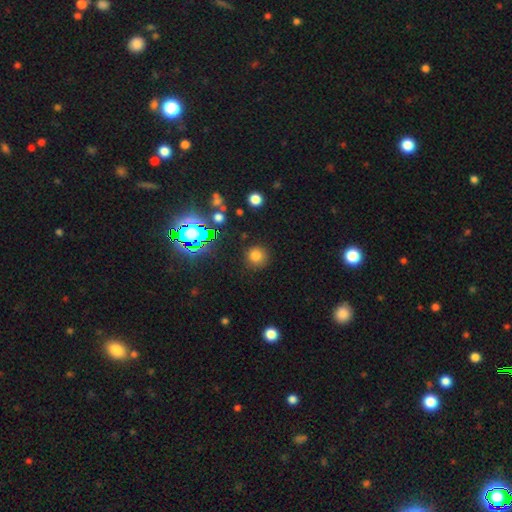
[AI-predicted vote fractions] Overall: smooth (74%). How rounded: round (93%). Merging: none (87%).